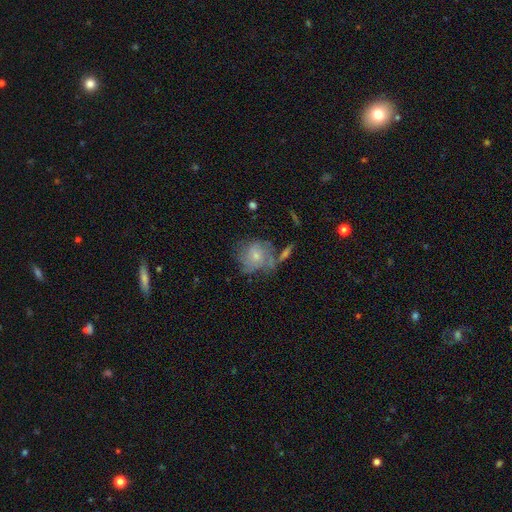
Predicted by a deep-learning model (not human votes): Smooth or featured?
  - smooth: 52% *
  - featured or disk: 40%
  - star or artifact: 9%
How rounded?
  - round: 77% *
  - in between: 22%
  - cigar-shaped: 1%
Merging?
  - none: 46% *
  - minor disturbance: 24%
  - major disturbance: 16%
  - merger: 14%